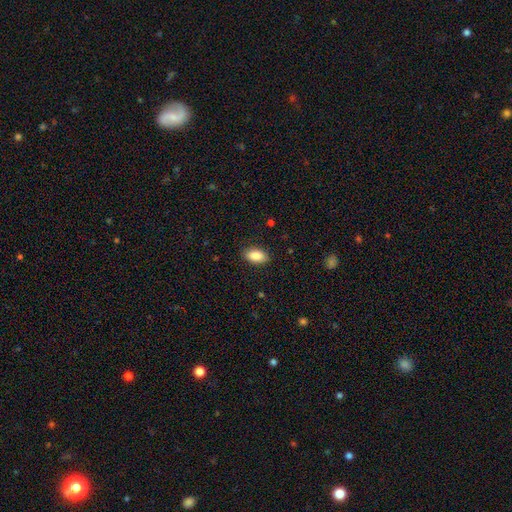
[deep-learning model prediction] smooth_or_featured: smooth (p=0.88) [alt: star or artifact p=0.07]
how_rounded: in between (p=0.93) [alt: round p=0.04]
merging: none (p=0.87) [alt: minor disturbance p=0.09]